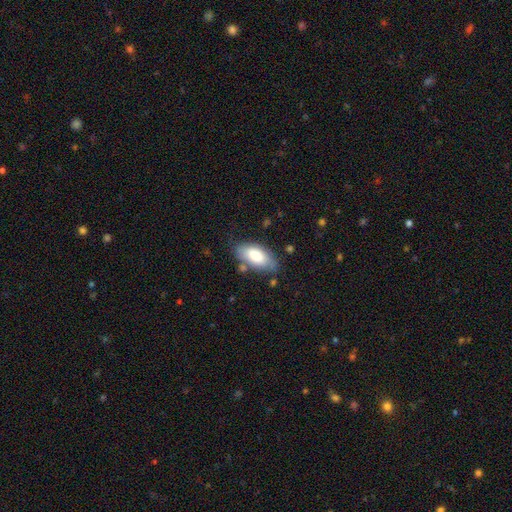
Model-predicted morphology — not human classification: Smooth or featured? smooth (78%)
How rounded? in between (91%)
Merging? none (70%)